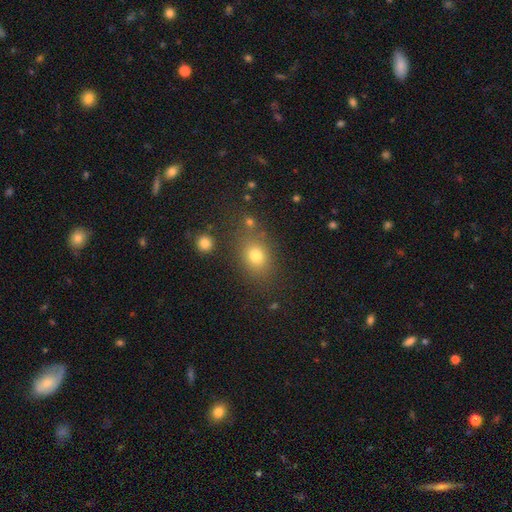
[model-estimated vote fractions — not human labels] Smooth or featured: smooth — 75% (star or artifact — 15%)
How rounded: in between — 55% (round — 43%)
Merging: none — 75% (minor disturbance — 13%)